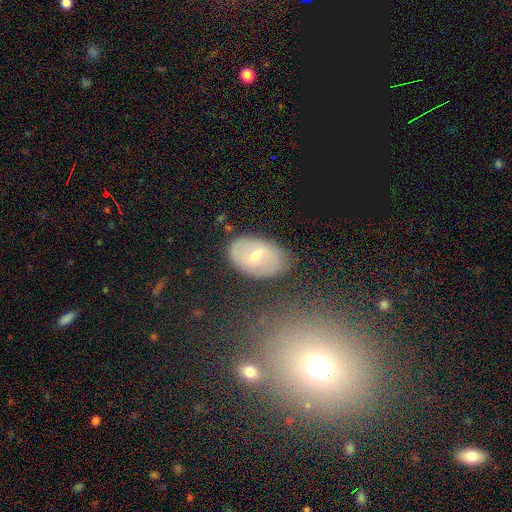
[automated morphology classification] Smooth or featured?
  - featured or disk: 59% *
  - smooth: 33%
  - star or artifact: 8%
Edge-on disk?
  - no: 94% *
  - yes: 6%
Bar?
  - weak: 53% *
  - no: 24%
  - strong: 23%
Spiral arms?
  - yes: 56% *
  - no: 44%
Bulge size?
  - small: 51% *
  - moderate: 45%
  - large: 2%
  - none: 1%
  - dominant: 1%
Merging?
  - none: 80% *
  - minor disturbance: 13%
  - major disturbance: 4%
  - merger: 2%